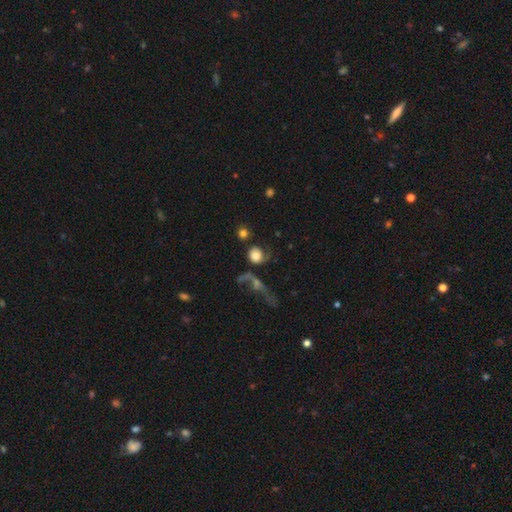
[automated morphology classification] A smooth galaxy with no disk features (70%) that is round (84%).

Vote fractions:
- Smooth or featured? smooth: 70% / featured or disk: 20% / star or artifact: 10%
- How rounded? round: 84% / in between: 14% / cigar-shaped: 2%
- Merging? none: 41% / major disturbance: 25% / merger: 20% / minor disturbance: 14%